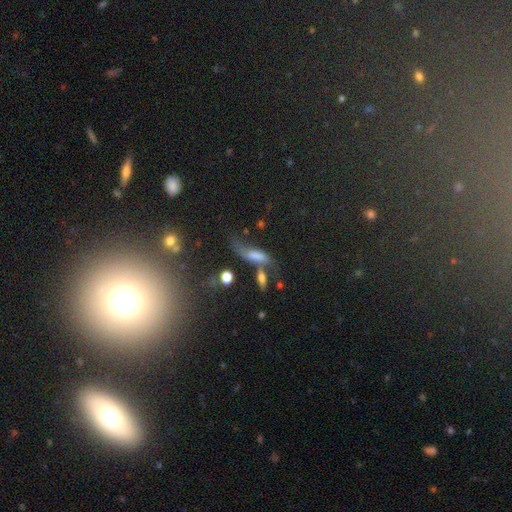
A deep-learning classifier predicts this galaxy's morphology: Q: Smooth or featured?
A: smooth (57%); runner-up: featured or disk (30%)
Q: How rounded?
A: in between (53%); runner-up: cigar-shaped (42%)
Q: Merging?
A: none (31%); runner-up: merger (28%)